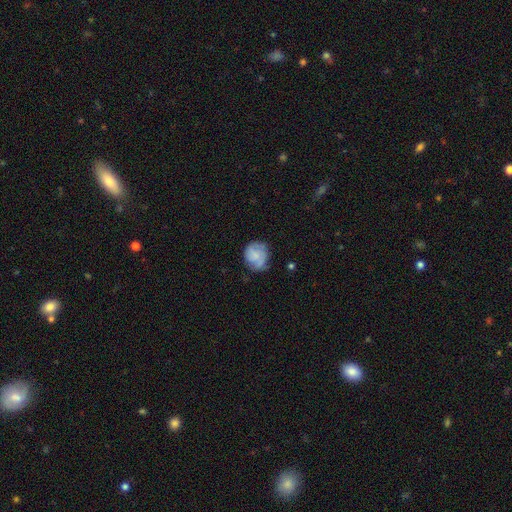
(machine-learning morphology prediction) Smooth or featured: smooth — 50% (featured or disk — 43%)
Merging: none — 62% (minor disturbance — 26%)